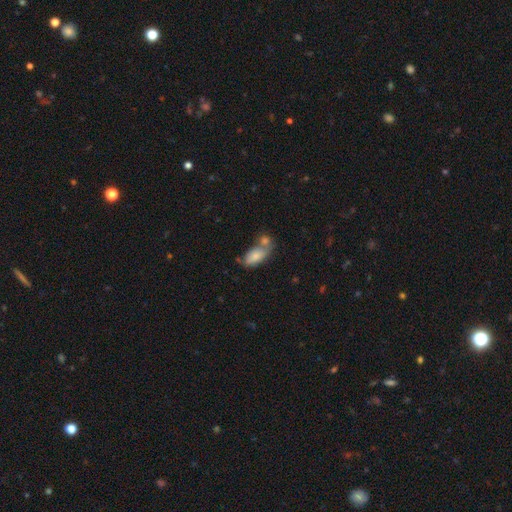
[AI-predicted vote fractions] Overall: smooth (78%). How rounded: in between (89%). Merging: merger (41%; none 35%).